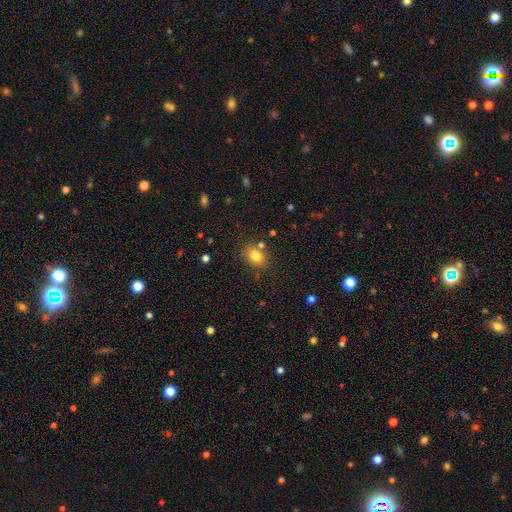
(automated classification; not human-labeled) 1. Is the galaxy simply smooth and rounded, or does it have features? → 79% smooth, 11% star or artifact, 10% featured or disk.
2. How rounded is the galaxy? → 58% in between, 41% round, 1% cigar-shaped.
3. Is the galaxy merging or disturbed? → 76% none, 13% minor disturbance, 8% merger, 3% major disturbance.